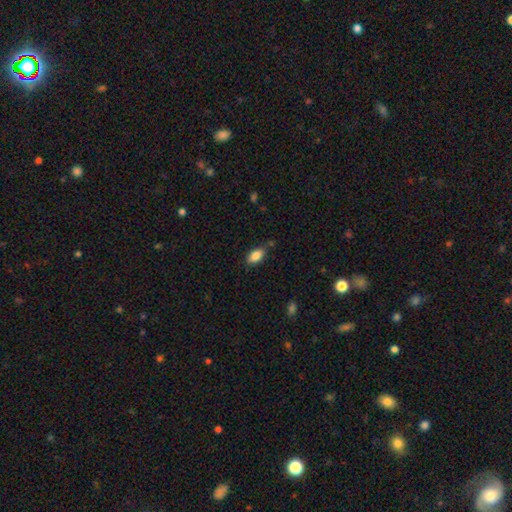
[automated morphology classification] This appears to be a smooth galaxy with no disk features (86%) that is in between round and cigar-shaped (92%). Merging: none (76%).